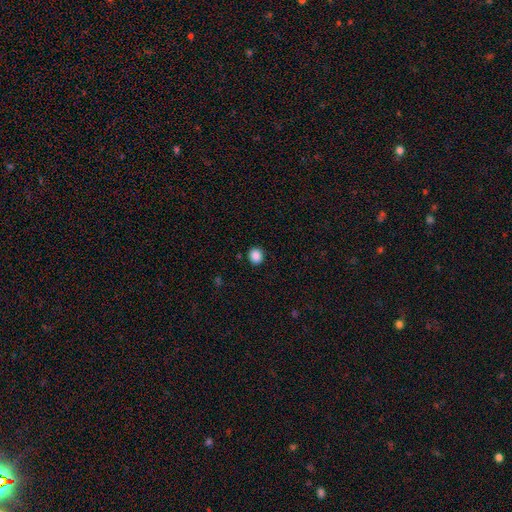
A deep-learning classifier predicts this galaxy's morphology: This appears to be a smooth galaxy with no disk features (88%) that is round (76%). Merging: none (91%).